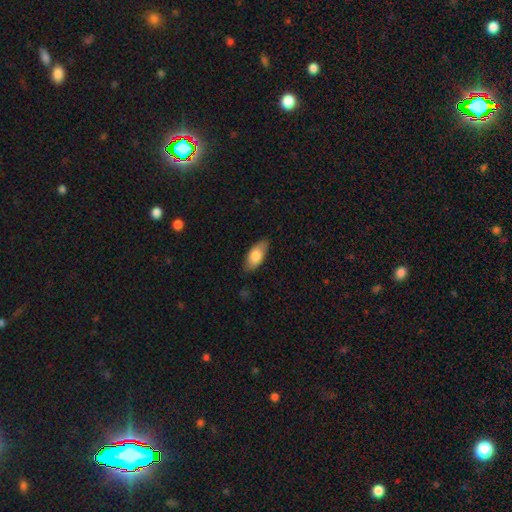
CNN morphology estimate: This is likely a smooth galaxy (78%). How rounded: clearly in between (87%). Merging: clearly none (83%).